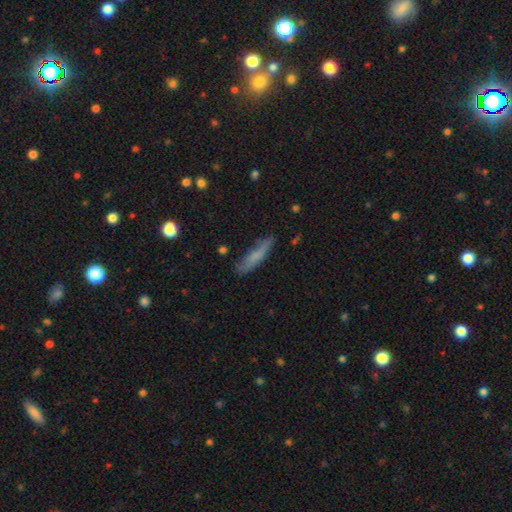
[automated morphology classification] Smooth or featured? Predicted: smooth (p=0.71). How rounded? Predicted: cigar-shaped (p=0.84). Merging? Predicted: none (p=0.72).